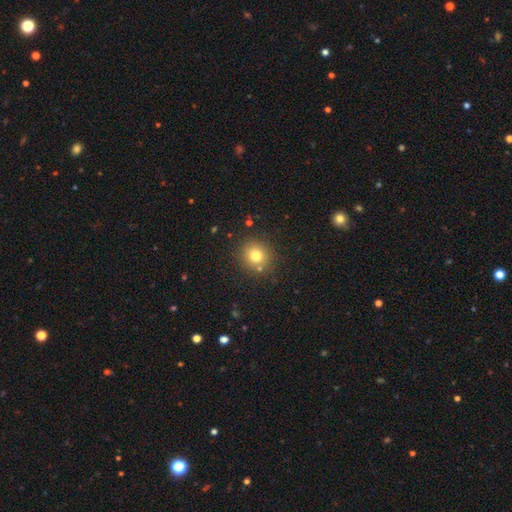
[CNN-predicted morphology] Smooth or featured?
  - smooth: 77% *
  - star or artifact: 14%
  - featured or disk: 9%
How rounded?
  - round: 86% *
  - in between: 13%
  - cigar-shaped: 1%
Merging?
  - none: 84% *
  - minor disturbance: 9%
  - merger: 4%
  - major disturbance: 3%